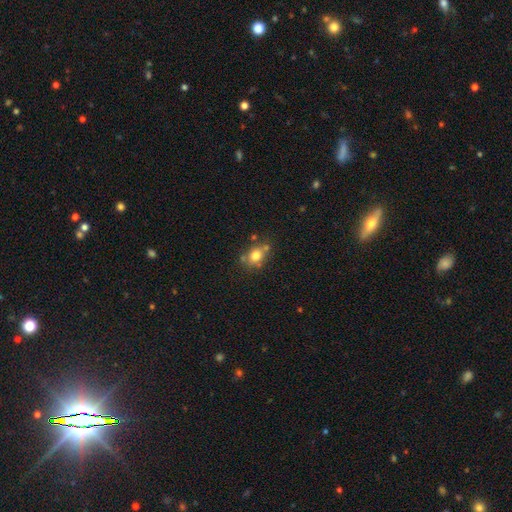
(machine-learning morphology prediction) Smooth or featured? smooth (75%)
How rounded? round (54%)
Merging? none (61%)